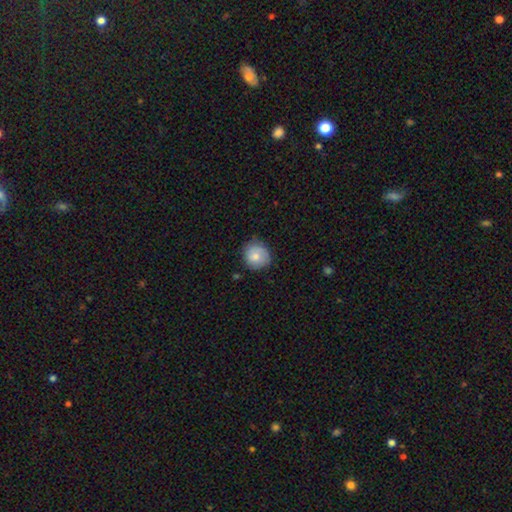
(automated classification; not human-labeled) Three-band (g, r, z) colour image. It shows a smooth galaxy with no disk features (75%) that is round (88%). Merging: none (73%).